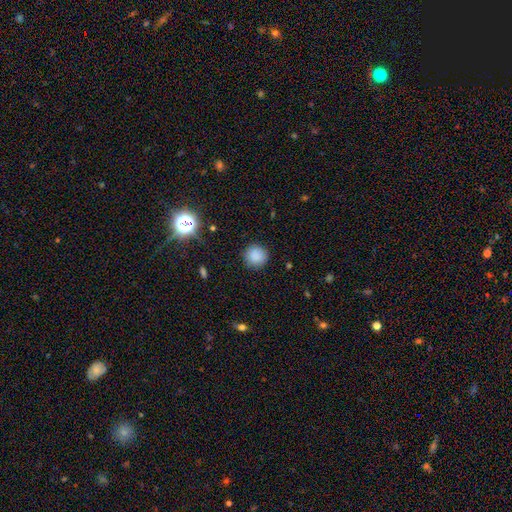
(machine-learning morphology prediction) Overall: smooth (85%). How rounded: round (94%). Merging: none (90%).